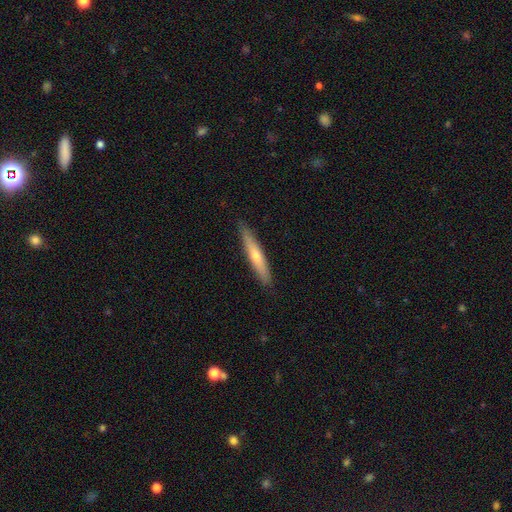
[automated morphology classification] A smooth galaxy with no disk features (54%) that is cigar-shaped (92%).

Vote fractions:
- Smooth or featured? smooth: 54% / featured or disk: 41% / star or artifact: 6%
- How rounded? cigar-shaped: 92% / in between: 6% / round: 1%
- Merging? none: 89% / minor disturbance: 9% / major disturbance: 2% / merger: 1%